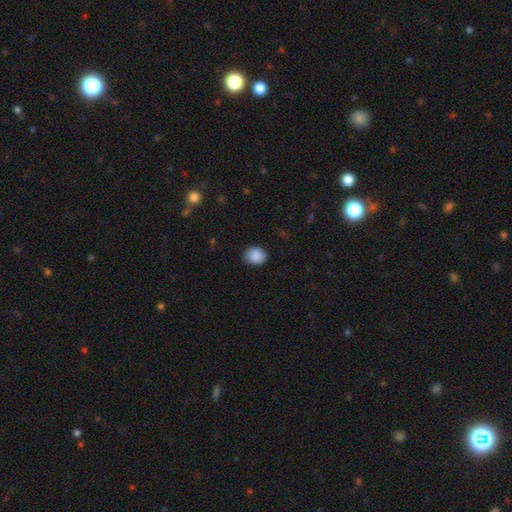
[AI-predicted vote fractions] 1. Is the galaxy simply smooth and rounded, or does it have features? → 89% smooth, 8% star or artifact, 3% featured or disk.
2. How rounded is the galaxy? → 64% round, 35% in between, 1% cigar-shaped.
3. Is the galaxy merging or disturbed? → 86% none, 11% minor disturbance, 2% major disturbance, 1% merger.